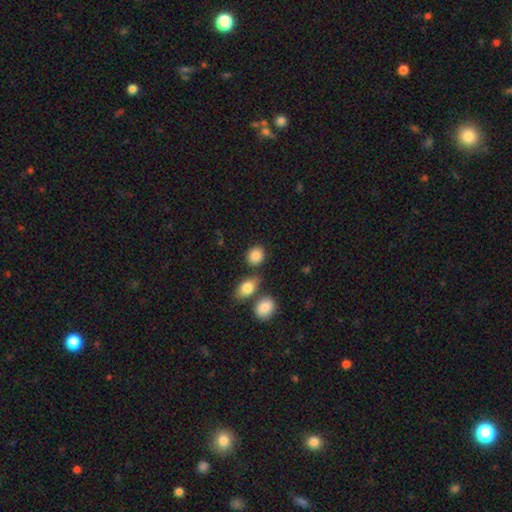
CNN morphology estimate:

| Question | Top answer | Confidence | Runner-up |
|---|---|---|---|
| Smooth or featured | smooth | 87% | star or artifact (8%) |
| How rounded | round | 67% | in between (32%) |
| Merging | none | 75% | minor disturbance (11%) |